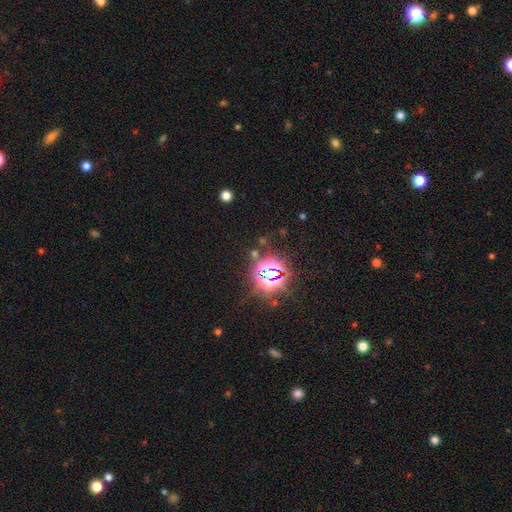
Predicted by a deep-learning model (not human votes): Smooth or featured? star or artifact (80%)